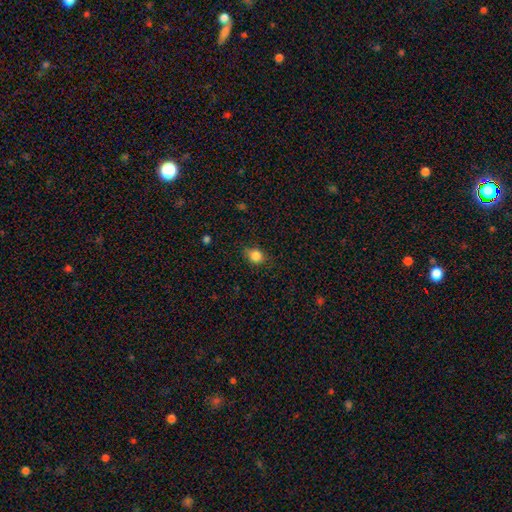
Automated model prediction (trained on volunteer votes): The model was most divided on "how rounded": round: 58%, in between: 41%, cigar-shaped: 1%. More confident: smooth or featured — smooth (85%); merging — none (78%).